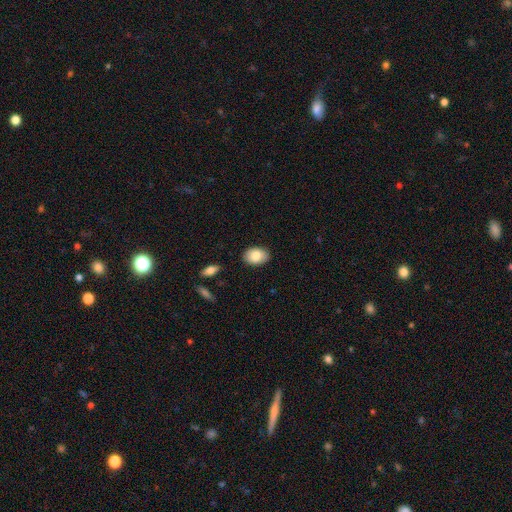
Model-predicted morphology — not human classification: This appears to be a smooth galaxy with no disk features (82%) that is in between round and cigar-shaped (84%). Merging: none (87%).